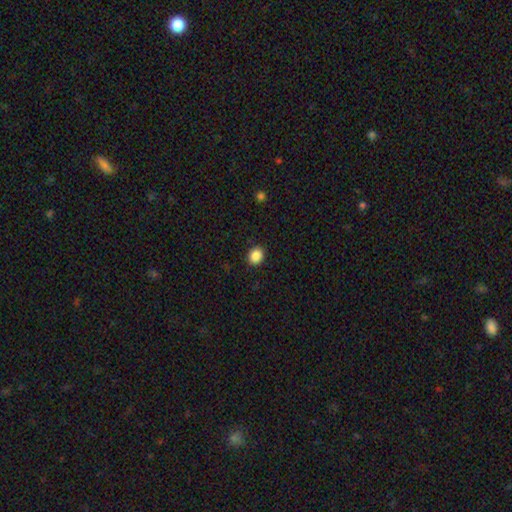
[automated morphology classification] The model was most divided on "how rounded": round: 66%, in between: 33%, cigar-shaped: 1%. More confident: merging — none (91%); smooth or featured — smooth (88%).